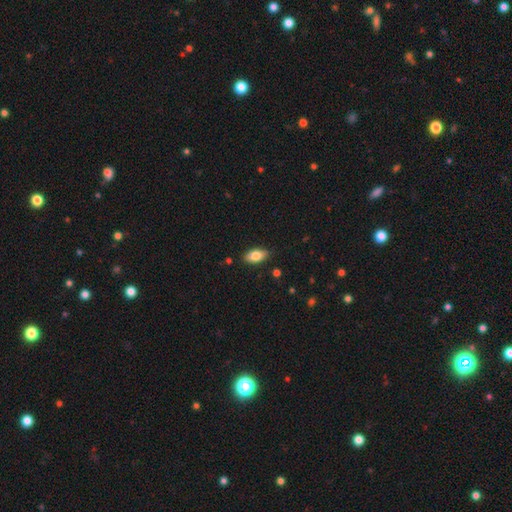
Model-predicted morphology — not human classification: Smooth or featured?
  - smooth: 81% *
  - featured or disk: 12%
  - star or artifact: 7%
How rounded?
  - in between: 91% *
  - cigar-shaped: 6%
  - round: 3%
Merging?
  - none: 84% *
  - minor disturbance: 12%
  - major disturbance: 2%
  - merger: 1%